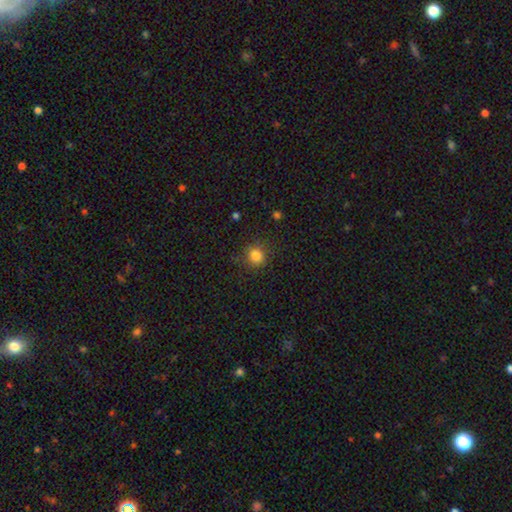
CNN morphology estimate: This is clearly a smooth galaxy (83%). How rounded: clearly round (89%). Merging: clearly none (86%).